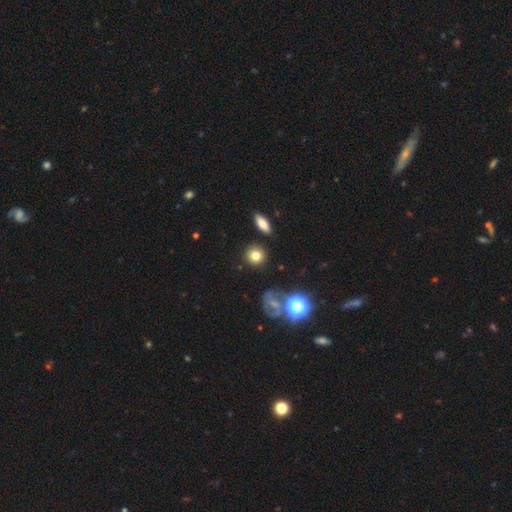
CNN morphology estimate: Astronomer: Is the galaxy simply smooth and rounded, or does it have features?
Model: smooth — 78%.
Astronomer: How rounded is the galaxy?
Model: round — 87%.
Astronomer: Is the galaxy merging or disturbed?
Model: none — 85%.